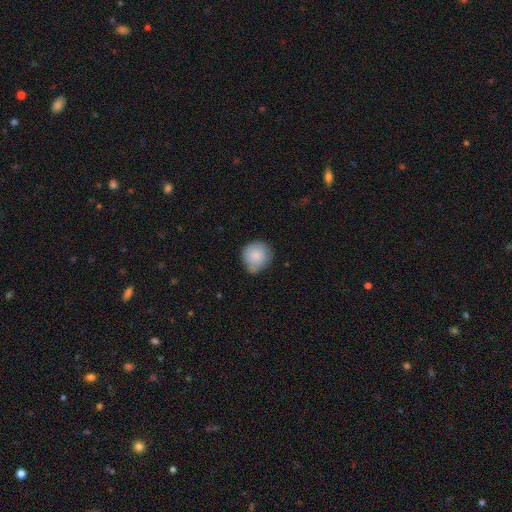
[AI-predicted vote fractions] smooth-or-featured: smooth: 84% | featured or disk: 9% | star or artifact: 7%
  how-rounded: round: 88% | in between: 11% | cigar-shaped: 1%
  merging: none: 63% | minor disturbance: 29% | major disturbance: 5% | merger: 3%